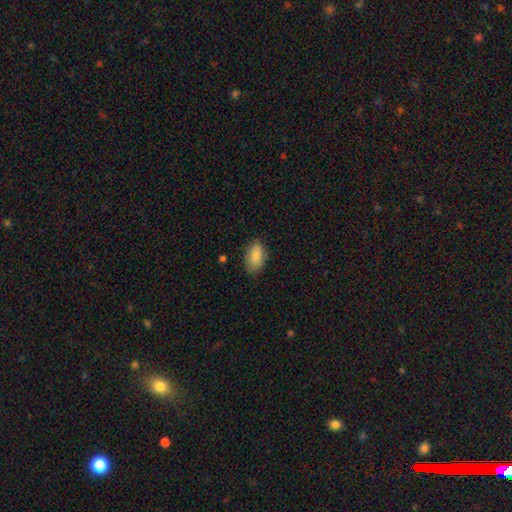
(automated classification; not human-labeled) Smooth or featured? smooth (85%)
How rounded? in between (92%)
Merging? none (80%)